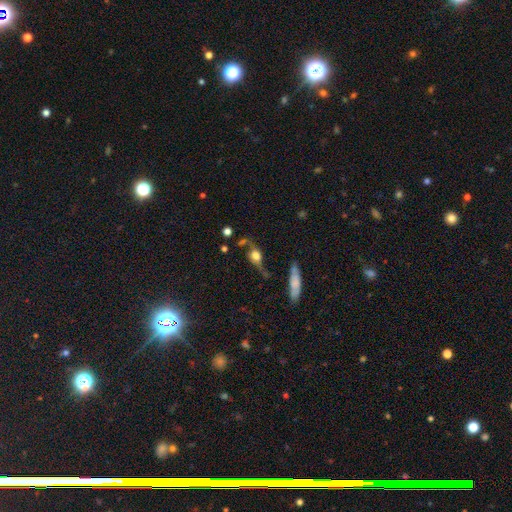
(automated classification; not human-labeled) Smooth or featured? featured or disk (58%)
Edge-on disk? no (58%)
Merging? none (52%)